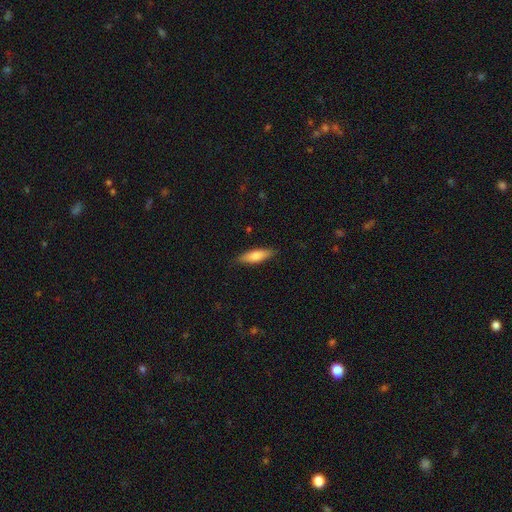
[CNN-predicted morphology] A smooth galaxy with no disk features (72%) that is cigar-shaped (56%).

Vote fractions:
- Smooth or featured? smooth: 72% / featured or disk: 22% / star or artifact: 6%
- How rounded? cigar-shaped: 56% / in between: 42% / round: 2%
- Merging? none: 86% / minor disturbance: 11% / major disturbance: 2% / merger: 1%